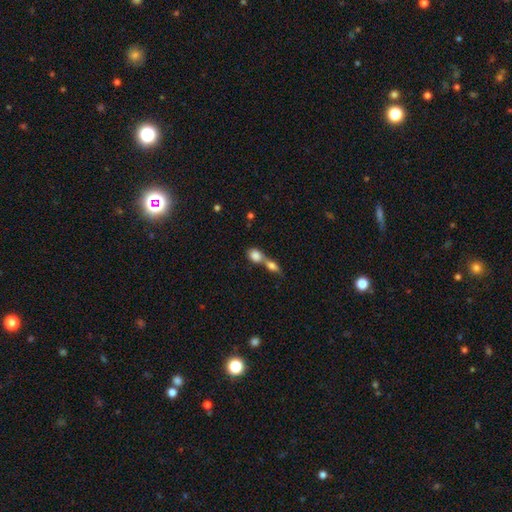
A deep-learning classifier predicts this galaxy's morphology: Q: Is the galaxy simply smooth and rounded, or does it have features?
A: smooth — 80%.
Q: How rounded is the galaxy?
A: in between — 57%.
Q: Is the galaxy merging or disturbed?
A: merger — 70%.